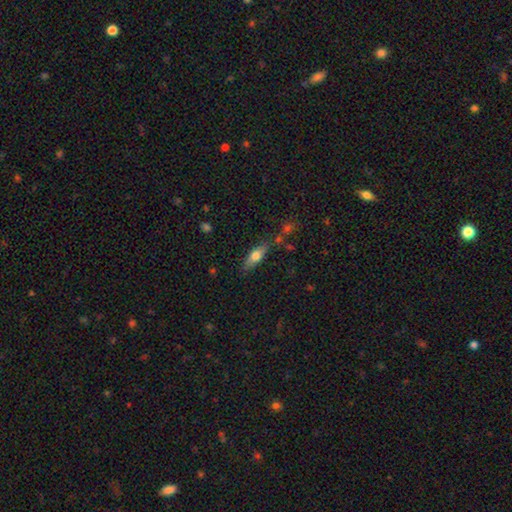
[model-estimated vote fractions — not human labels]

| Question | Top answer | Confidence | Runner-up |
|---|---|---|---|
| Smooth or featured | smooth | 61% | featured or disk (32%) |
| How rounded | in between | 53% | cigar-shaped (44%) |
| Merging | none | 74% | minor disturbance (16%) |